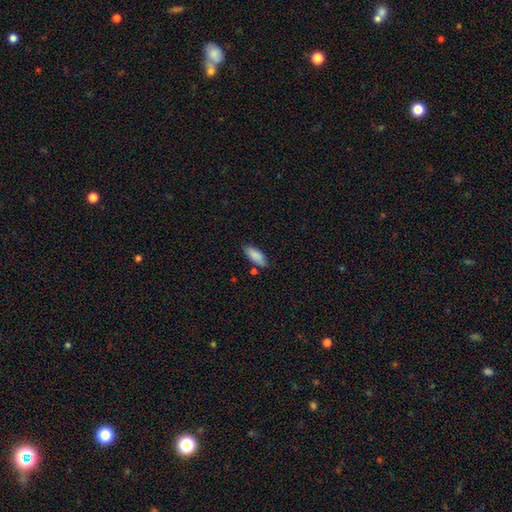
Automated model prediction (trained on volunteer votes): smooth-or-featured: smooth: 87% | featured or disk: 7% | star or artifact: 7%
  how-rounded: in between: 78% | cigar-shaped: 20% | round: 2%
  merging: none: 74% | minor disturbance: 17% | merger: 7% | major disturbance: 3%